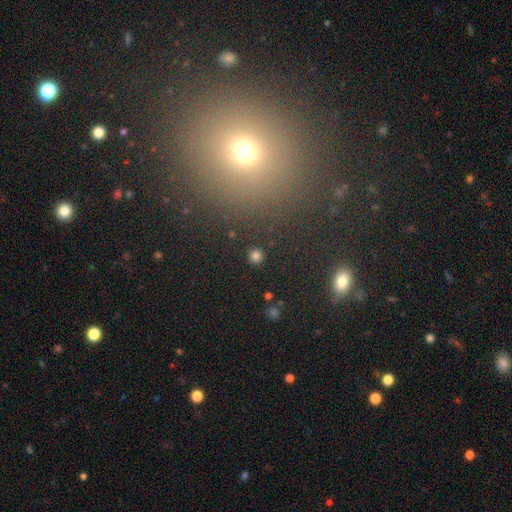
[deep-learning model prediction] A smooth galaxy with no disk features (81%) that is round (94%).

Vote fractions:
- Smooth or featured? smooth: 81% / star or artifact: 15% / featured or disk: 4%
- How rounded? round: 94% / in between: 5% / cigar-shaped: 1%
- Merging? none: 91% / minor disturbance: 5% / major disturbance: 2% / merger: 2%